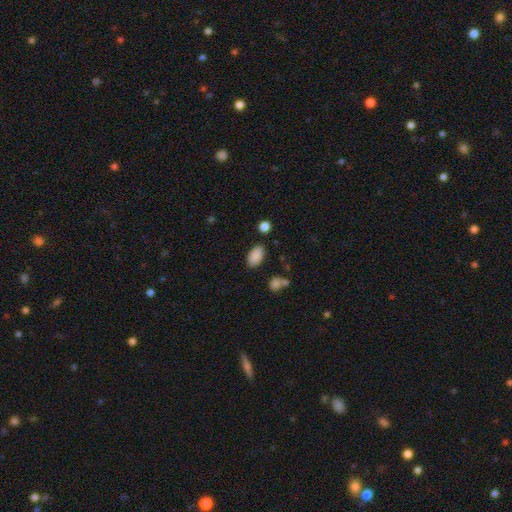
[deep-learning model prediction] A smooth galaxy with no disk features (88%) that is in between round and cigar-shaped (93%).

Vote fractions:
- Smooth or featured? smooth: 88% / star or artifact: 8% / featured or disk: 4%
- How rounded? in between: 93% / round: 5% / cigar-shaped: 2%
- Merging? none: 83% / minor disturbance: 11% / merger: 3% / major disturbance: 3%